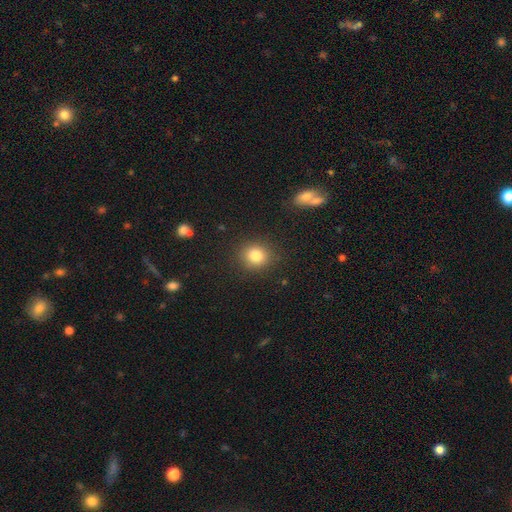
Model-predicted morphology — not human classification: The model was most divided on "how rounded": round: 82%, in between: 17%, cigar-shaped: 1%. More confident: merging — none (88%); smooth or featured — smooth (82%).